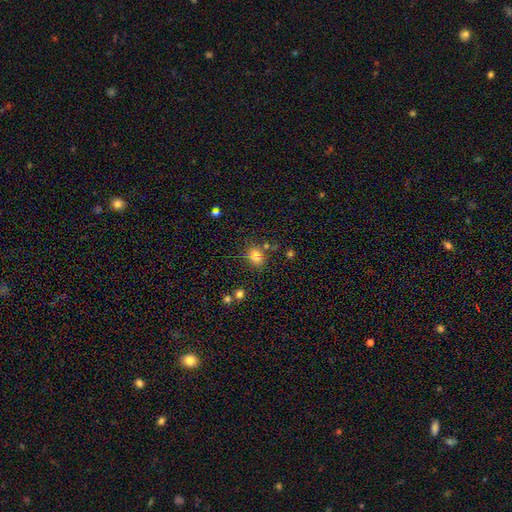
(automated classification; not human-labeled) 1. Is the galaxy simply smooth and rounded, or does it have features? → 80% smooth, 13% star or artifact, 7% featured or disk.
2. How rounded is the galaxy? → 58% round, 41% in between, 1% cigar-shaped.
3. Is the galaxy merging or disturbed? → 71% none, 15% minor disturbance, 10% merger, 5% major disturbance.